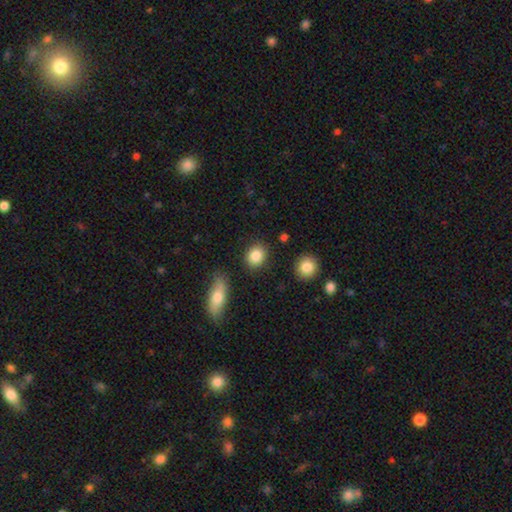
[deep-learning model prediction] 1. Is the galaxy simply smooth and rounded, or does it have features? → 86% smooth, 8% star or artifact, 6% featured or disk.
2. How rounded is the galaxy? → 58% round, 40% in between, 2% cigar-shaped.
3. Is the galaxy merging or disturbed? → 85% none, 9% minor disturbance, 3% merger, 3% major disturbance.